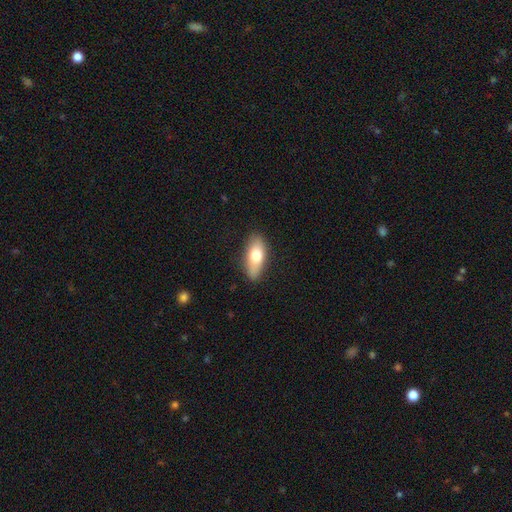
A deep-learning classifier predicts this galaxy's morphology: Overall: smooth (72%). How rounded: in between (77%). Merging: none (84%).